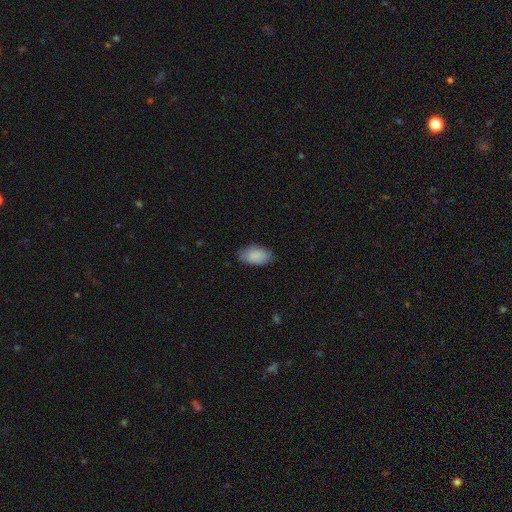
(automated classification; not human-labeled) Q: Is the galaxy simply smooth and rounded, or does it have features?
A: smooth — 87%.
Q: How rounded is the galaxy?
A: in between — 94%.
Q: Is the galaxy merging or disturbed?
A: none — 76%.